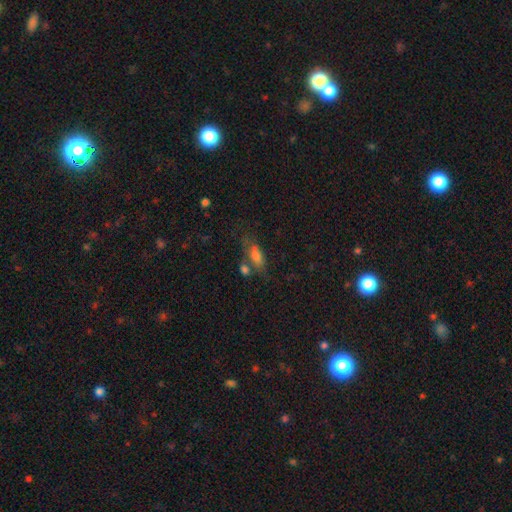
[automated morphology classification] Smooth or featured?
  - smooth: 67% *
  - featured or disk: 21%
  - star or artifact: 11%
How rounded?
  - in between: 70% *
  - cigar-shaped: 25%
  - round: 5%
Merging?
  - none: 49% *
  - merger: 21%
  - minor disturbance: 19%
  - major disturbance: 11%